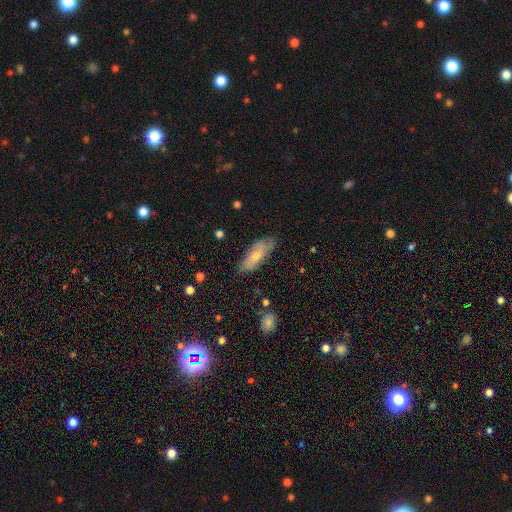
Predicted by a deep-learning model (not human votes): smooth-or-featured: smooth: 64% | featured or disk: 30% | star or artifact: 7%
  how-rounded: in between: 64% | cigar-shaped: 34% | round: 2%
  merging: none: 74% | minor disturbance: 20% | major disturbance: 4% | merger: 2%